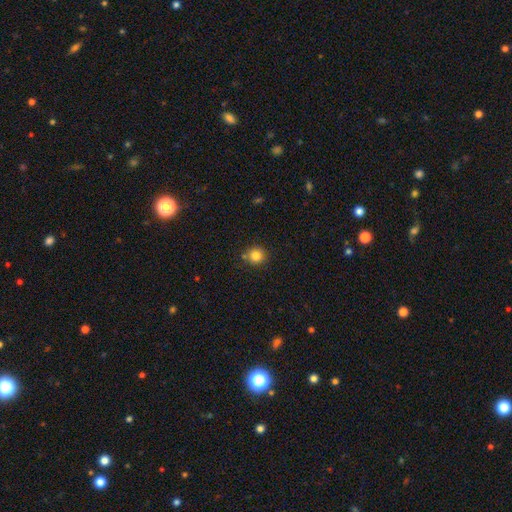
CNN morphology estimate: The model was most divided on "merging": none: 79%, minor disturbance: 11%, merger: 7%, major disturbance: 3%. More confident: how rounded — round (90%); smooth or featured — smooth (83%).